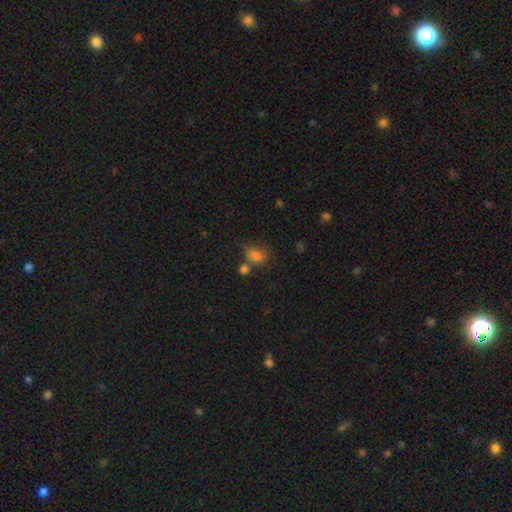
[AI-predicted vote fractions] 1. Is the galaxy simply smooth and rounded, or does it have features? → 79% smooth, 13% star or artifact, 7% featured or disk.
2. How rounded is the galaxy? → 65% in between, 34% round, 1% cigar-shaped.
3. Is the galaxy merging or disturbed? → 48% none, 22% merger, 20% minor disturbance, 10% major disturbance.